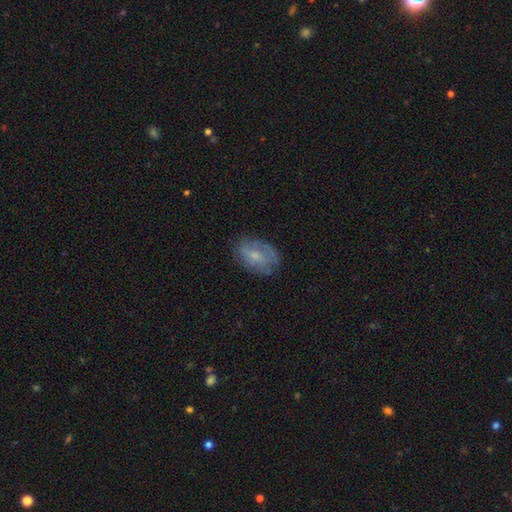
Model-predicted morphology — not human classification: smooth_or_featured: smooth (p=0.57) [alt: featured or disk p=0.35]
how_rounded: in between (p=0.84) [alt: round p=0.15]
merging: none (p=0.66) [alt: minor disturbance p=0.24]